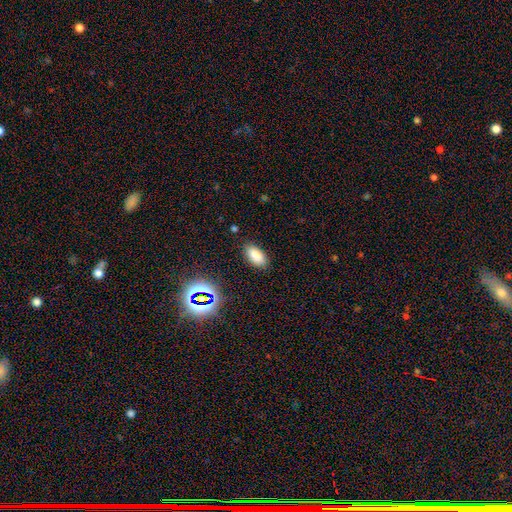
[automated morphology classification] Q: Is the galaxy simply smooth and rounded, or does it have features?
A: smooth — 81%.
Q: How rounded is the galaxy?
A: in between — 92%.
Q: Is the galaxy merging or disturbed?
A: none — 86%.